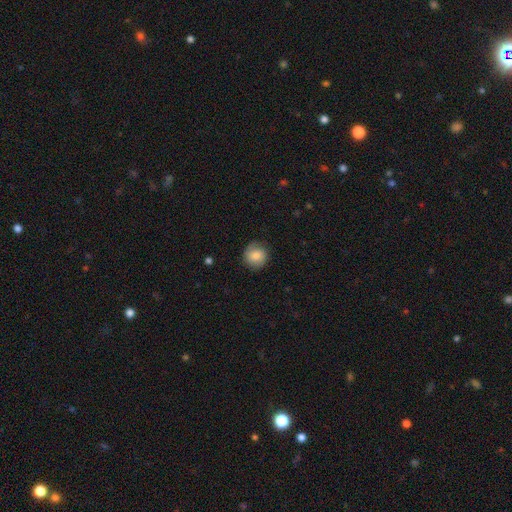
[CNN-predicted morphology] Smooth or featured? Predicted: smooth (p=0.76). How rounded? Predicted: round (p=0.90). Merging? Predicted: none (p=0.81).